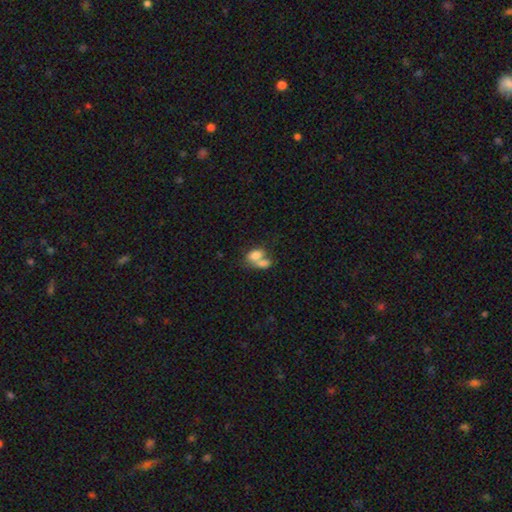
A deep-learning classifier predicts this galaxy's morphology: Smooth or featured? smooth (77%)
How rounded? in between (86%)
Merging? merger (65%)